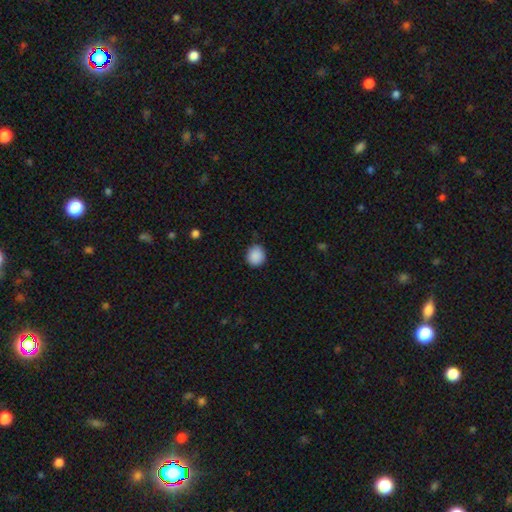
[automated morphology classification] Smooth or featured?
  - smooth: 89% *
  - star or artifact: 8%
  - featured or disk: 3%
How rounded?
  - round: 87% *
  - in between: 12%
  - cigar-shaped: 1%
Merging?
  - none: 84% *
  - minor disturbance: 12%
  - major disturbance: 2%
  - merger: 1%